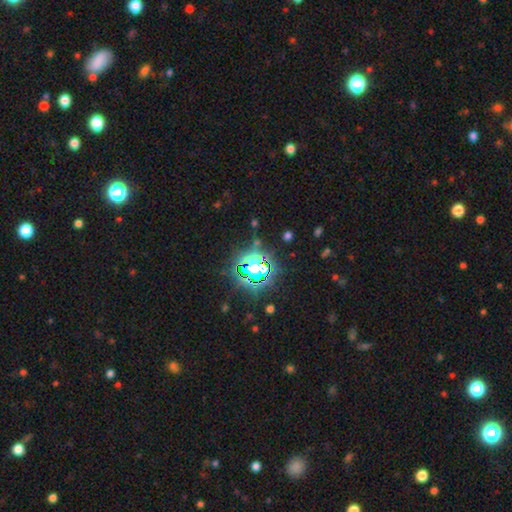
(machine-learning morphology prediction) The model was most divided on "smooth or featured": star or artifact: 79%, smooth: 13%, featured or disk: 8%.